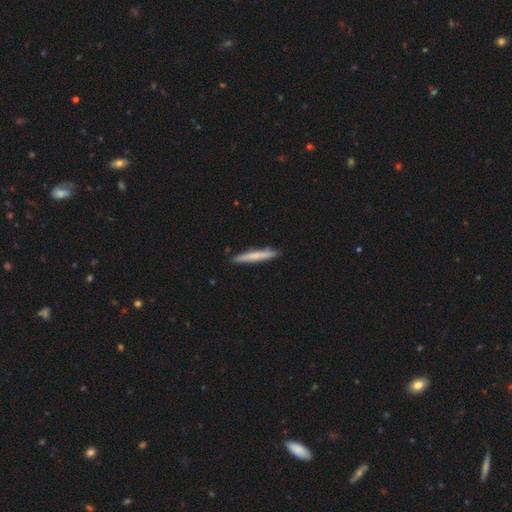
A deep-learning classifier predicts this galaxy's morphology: Smooth or featured? Predicted: smooth (p=0.69). How rounded? Predicted: cigar-shaped (p=0.96). Merging? Predicted: none (p=0.90).